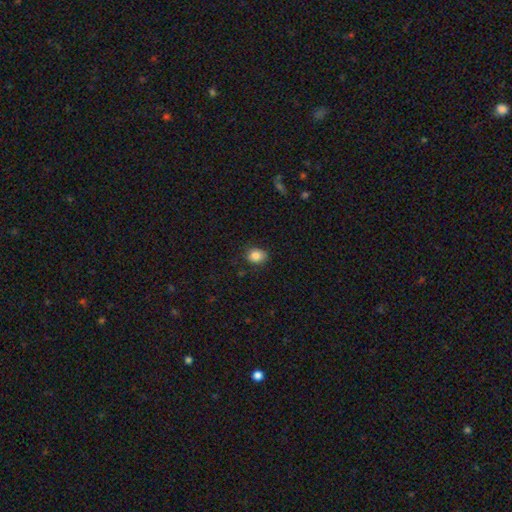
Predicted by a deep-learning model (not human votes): Smooth or featured: smooth — 85% (star or artifact — 10%)
How rounded: in between — 50% (round — 49%)
Merging: none — 82% (minor disturbance — 14%)